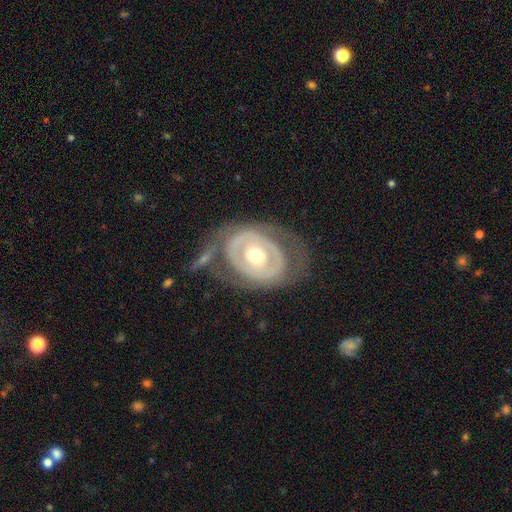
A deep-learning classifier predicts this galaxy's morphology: Overall: featured or disk (71%). Edge-on disk: no (94%). Bar: no (74%). Spiral arms: no (70%). Bulge size: moderate (74%). Merging: none (58%; minor disturbance 19%).